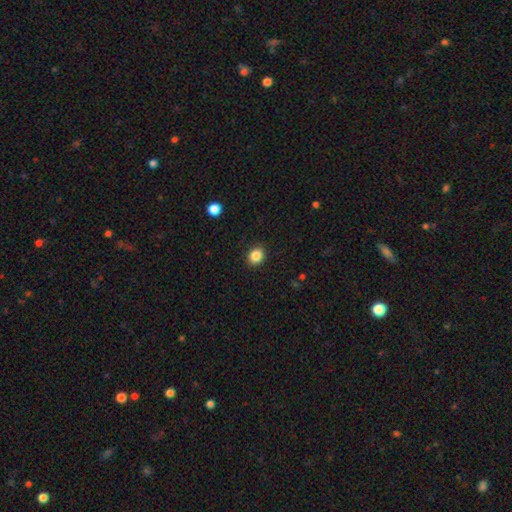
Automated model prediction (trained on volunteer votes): Smooth or featured? Predicted: smooth (p=0.86). How rounded? Predicted: round (p=0.70). Merging? Predicted: none (p=0.90).